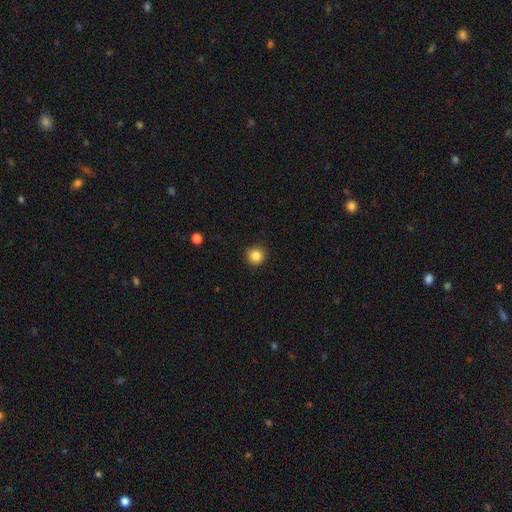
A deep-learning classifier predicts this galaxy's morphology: type=smooth (85%); roundness=round (94%); merging=none (91%).